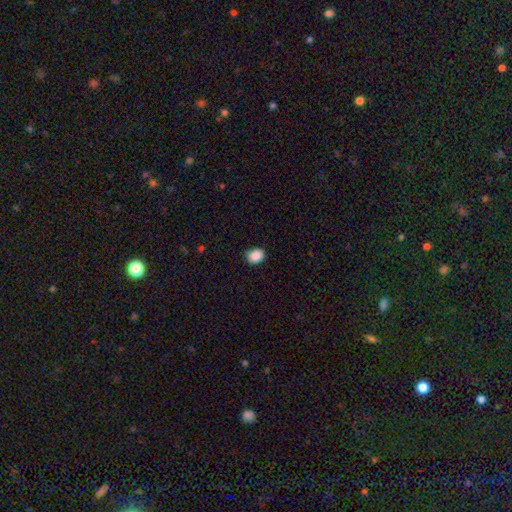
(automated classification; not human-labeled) A smooth galaxy with no disk features (88%) that is round (55%).

Vote fractions:
- Smooth or featured? smooth: 88% / star or artifact: 9% / featured or disk: 3%
- How rounded? round: 55% / in between: 44% / cigar-shaped: 1%
- Merging? none: 75% / minor disturbance: 20% / major disturbance: 3% / merger: 1%